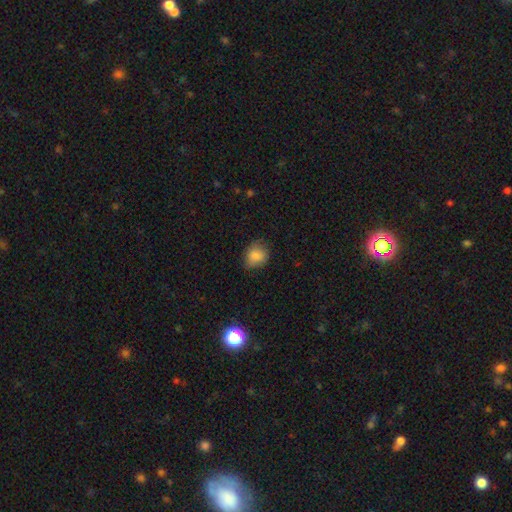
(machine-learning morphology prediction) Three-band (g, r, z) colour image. It shows a smooth galaxy with no disk features (83%) that is round (62%). Merging: none (69%).